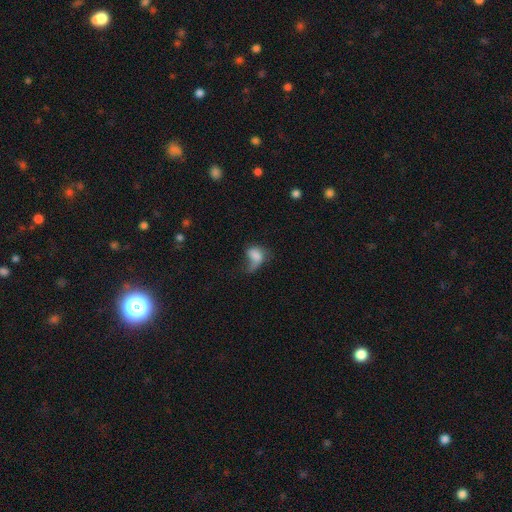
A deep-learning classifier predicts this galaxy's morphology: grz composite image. It shows a smooth galaxy with no disk features (65%) that is in between round and cigar-shaped (79%). Merging: major disturbance (52%).